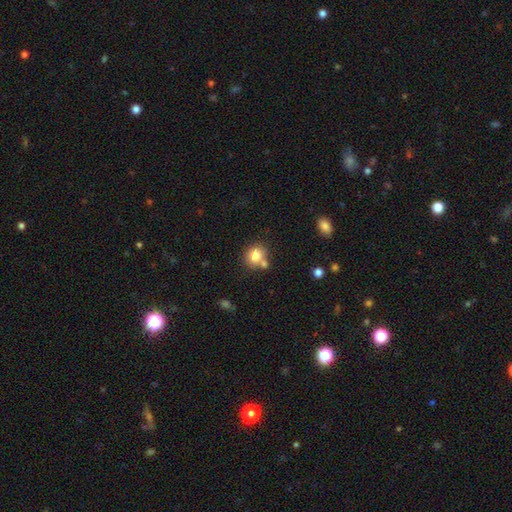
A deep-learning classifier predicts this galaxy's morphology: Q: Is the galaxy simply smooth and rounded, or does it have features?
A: smooth — 80%.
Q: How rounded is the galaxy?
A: round — 68%.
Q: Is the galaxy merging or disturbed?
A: none — 60%.